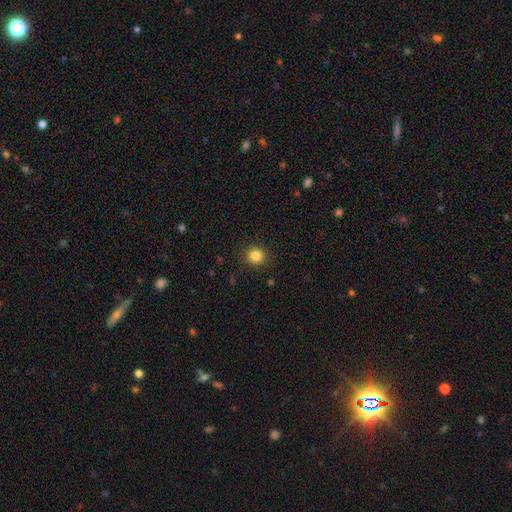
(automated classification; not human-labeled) Q: Smooth or featured?
A: smooth (84%); runner-up: star or artifact (11%)
Q: How rounded?
A: round (89%); runner-up: in between (10%)
Q: Merging?
A: none (90%); runner-up: minor disturbance (6%)